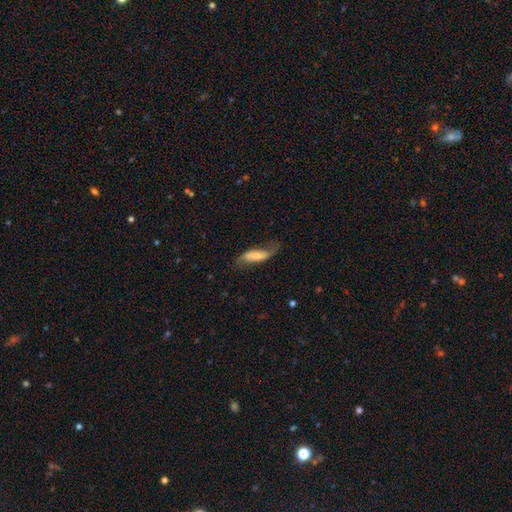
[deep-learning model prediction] Morphology: type=smooth (47%); merging=none (51%).